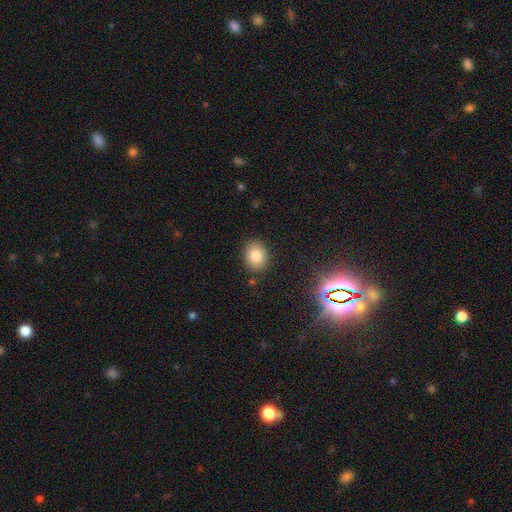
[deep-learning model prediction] smooth 82%, star or artifact 11%, featured or disk 8%. Down the decision tree: how rounded — round (61%); merging — none (88%).